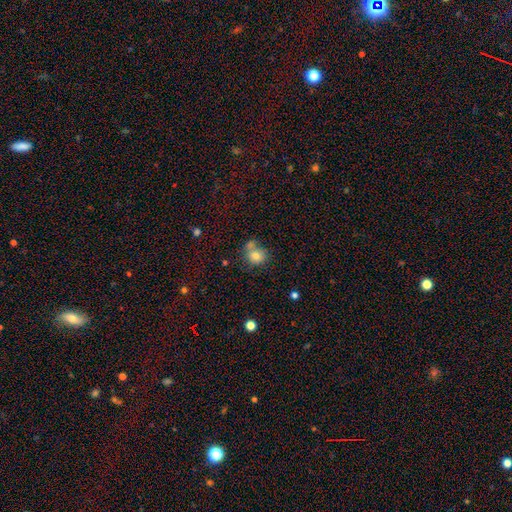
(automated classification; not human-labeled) Smooth or featured: smooth — 77% (featured or disk — 12%)
How rounded: round — 76% (in between — 23%)
Merging: none — 45% (merger — 34%)